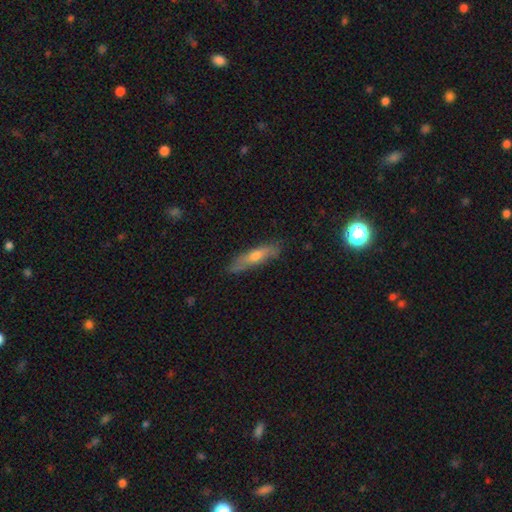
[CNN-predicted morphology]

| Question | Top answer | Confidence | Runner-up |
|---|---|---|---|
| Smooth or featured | smooth | 52% | featured or disk (41%) |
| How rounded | cigar-shaped | 76% | in between (22%) |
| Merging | none | 77% | minor disturbance (18%) |